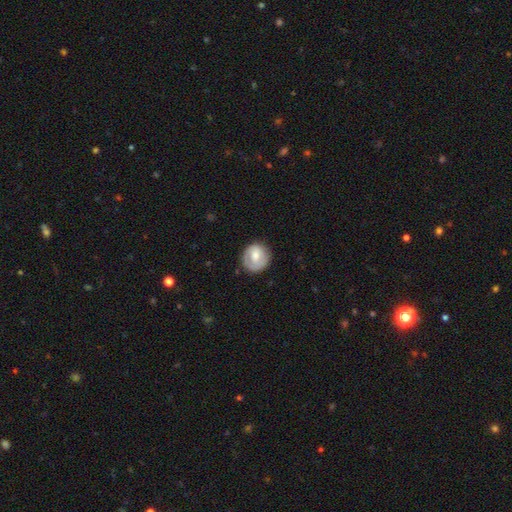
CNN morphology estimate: smooth_or_featured: smooth (p=0.58) [alt: featured or disk p=0.36]
how_rounded: round (p=0.85) [alt: in between p=0.14]
merging: none (p=0.75) [alt: minor disturbance p=0.18]